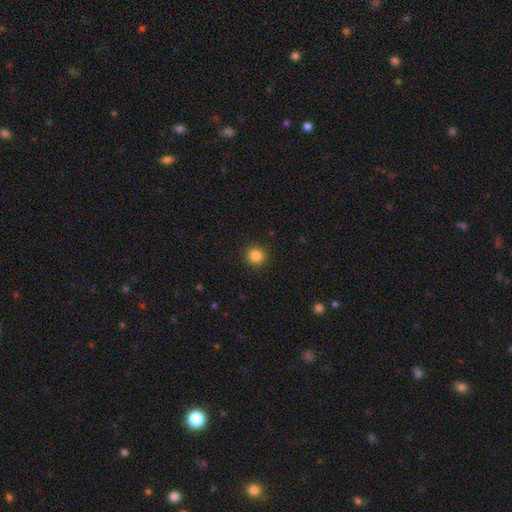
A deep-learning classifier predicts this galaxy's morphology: Smooth or featured? Predicted: smooth (p=0.85). How rounded? Predicted: round (p=0.91). Merging? Predicted: none (p=0.92).